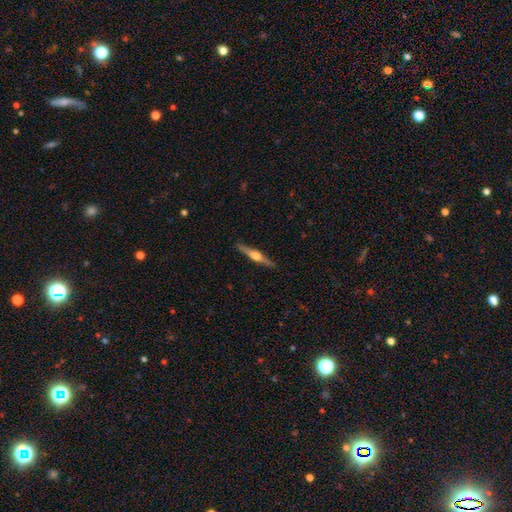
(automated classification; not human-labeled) smooth_or_featured: featured or disk (p=0.72) [alt: smooth p=0.22]
disk_edge_on: yes (p=0.98) [alt: no p=0.02]
edge_on_bulge: rounded (p=0.93) [alt: boxy p=0.04]
merging: none (p=0.90) [alt: minor disturbance p=0.07]